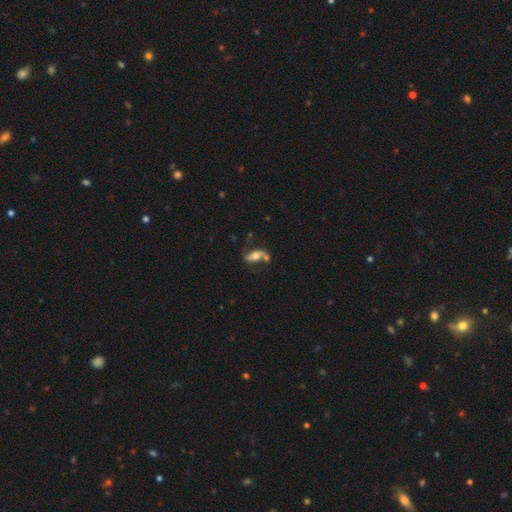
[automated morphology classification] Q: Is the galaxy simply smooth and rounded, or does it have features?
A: featured or disk — 64%.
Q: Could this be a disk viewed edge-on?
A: no — 89%.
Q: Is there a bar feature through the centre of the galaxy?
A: no — 50%.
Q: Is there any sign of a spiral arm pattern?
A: yes — 85%.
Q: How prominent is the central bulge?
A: moderate — 56%.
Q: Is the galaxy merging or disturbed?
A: none — 54%.